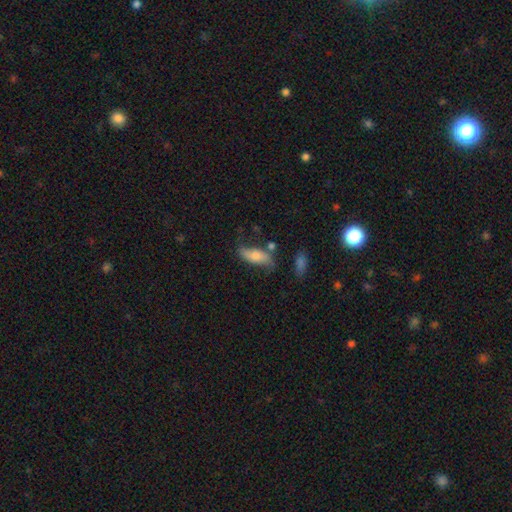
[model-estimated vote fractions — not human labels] This appears to be a smooth galaxy with no disk features (47%). Merging: none (60%).